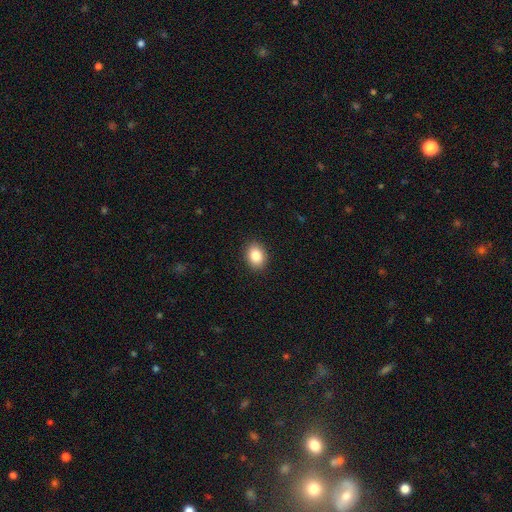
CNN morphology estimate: This appears to be a smooth galaxy with no disk features (86%) that is in between round and cigar-shaped (65%). Merging: none (90%).